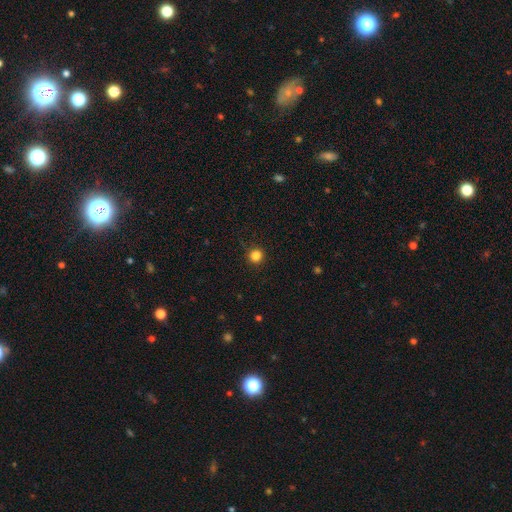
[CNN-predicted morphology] smooth 84%, star or artifact 12%, featured or disk 3%. Down the decision tree: how rounded — round (94%); merging — none (90%).